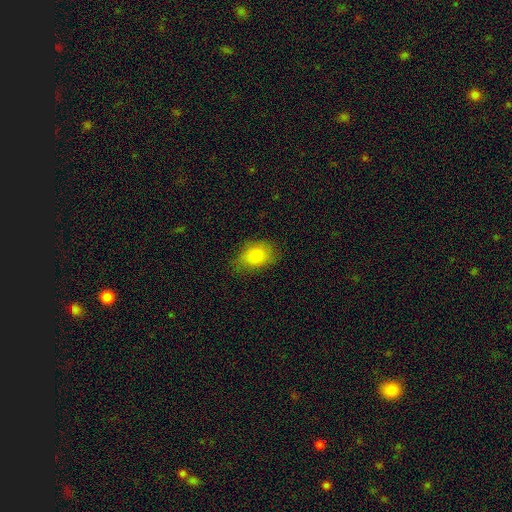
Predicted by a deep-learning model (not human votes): Smooth or featured?
  - smooth: 84% *
  - star or artifact: 8%
  - featured or disk: 8%
How rounded?
  - in between: 77% *
  - round: 22%
  - cigar-shaped: 1%
Merging?
  - none: 73% *
  - minor disturbance: 20%
  - major disturbance: 6%
  - merger: 1%